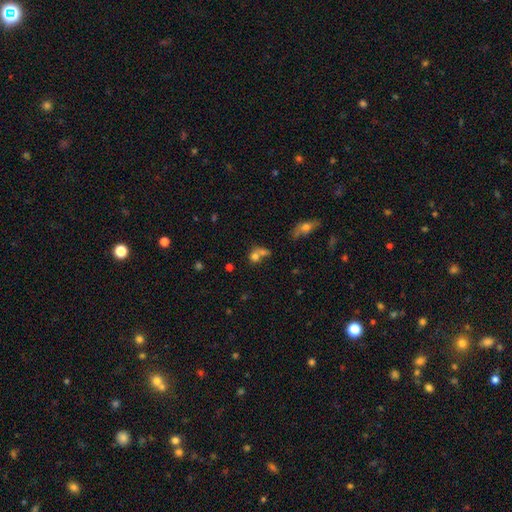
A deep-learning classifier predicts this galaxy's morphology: Smooth or featured: smooth — 71% (star or artifact — 15%)
How rounded: round — 64% (in between — 34%)
Merging: merger — 55% (none — 31%)